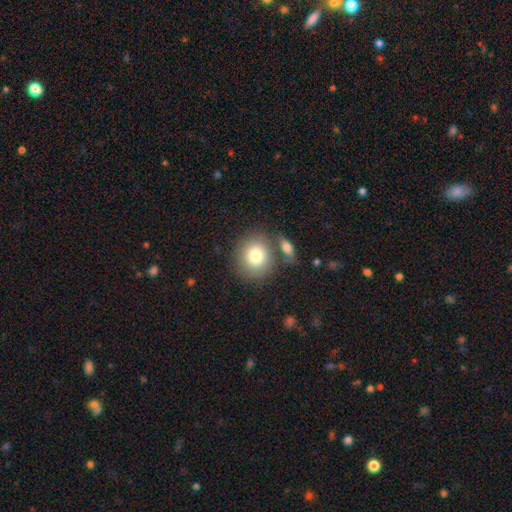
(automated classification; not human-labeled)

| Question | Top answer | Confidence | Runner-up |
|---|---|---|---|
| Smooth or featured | smooth | 78% | featured or disk (13%) |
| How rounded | round | 84% | in between (15%) |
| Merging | none | 67% | merger (18%) |